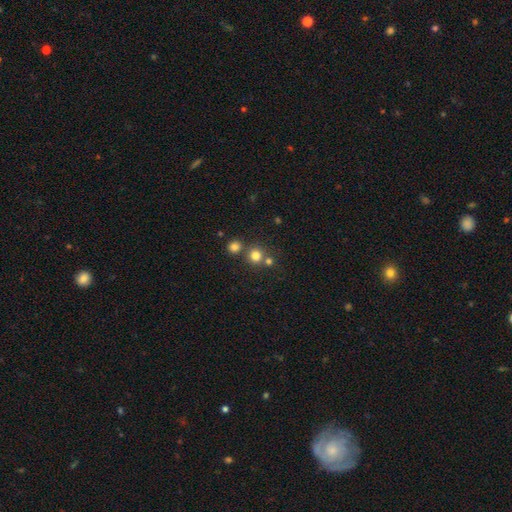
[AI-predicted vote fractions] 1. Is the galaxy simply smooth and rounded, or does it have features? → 77% smooth, 16% star or artifact, 7% featured or disk.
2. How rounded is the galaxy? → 91% round, 8% in between, 1% cigar-shaped.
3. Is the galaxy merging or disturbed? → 68% none, 22% merger, 7% minor disturbance, 3% major disturbance.